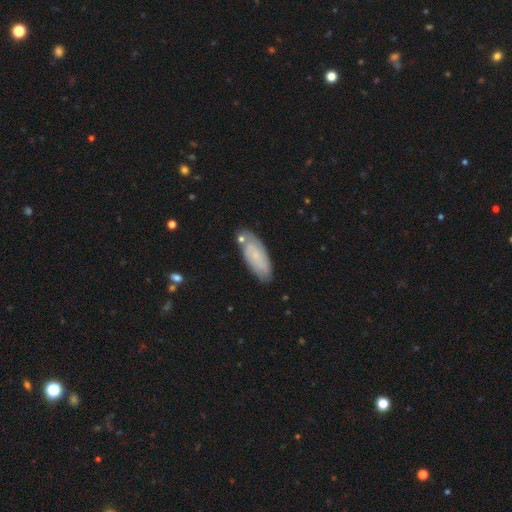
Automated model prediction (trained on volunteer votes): Morphology: type=smooth (49%); merging=none (72%).